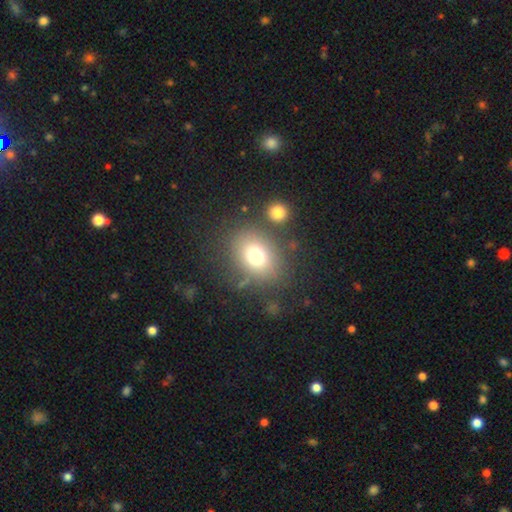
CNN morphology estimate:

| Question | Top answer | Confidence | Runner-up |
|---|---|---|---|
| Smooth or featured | smooth | 73% | star or artifact (14%) |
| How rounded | round | 54% | in between (45%) |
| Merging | none | 73% | minor disturbance (12%) |